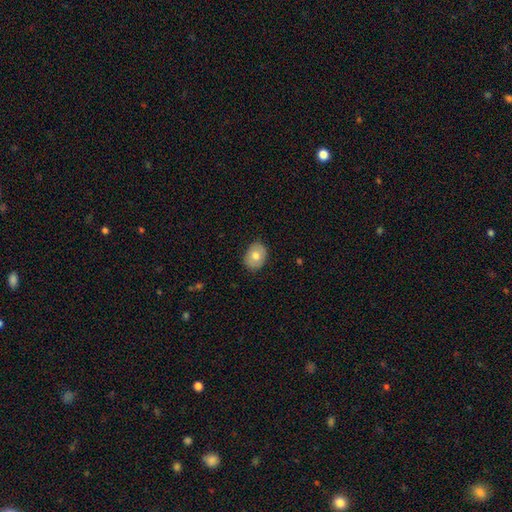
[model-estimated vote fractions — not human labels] Smooth or featured: smooth — 75% (featured or disk — 18%)
How rounded: in between — 65% (round — 35%)
Merging: none — 84% (minor disturbance — 13%)